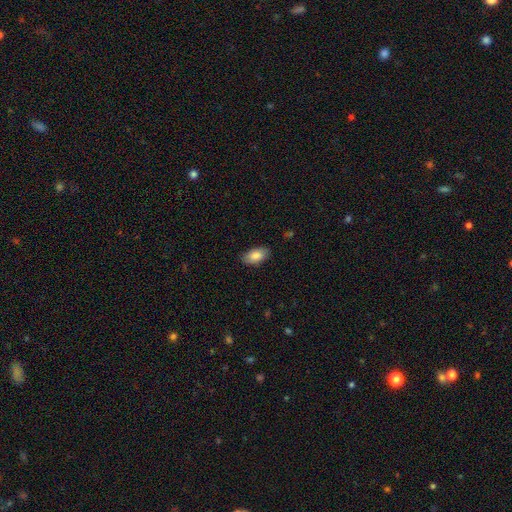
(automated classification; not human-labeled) This appears to be a smooth galaxy with no disk features (86%) that is in between round and cigar-shaped (94%). Merging: none (86%).